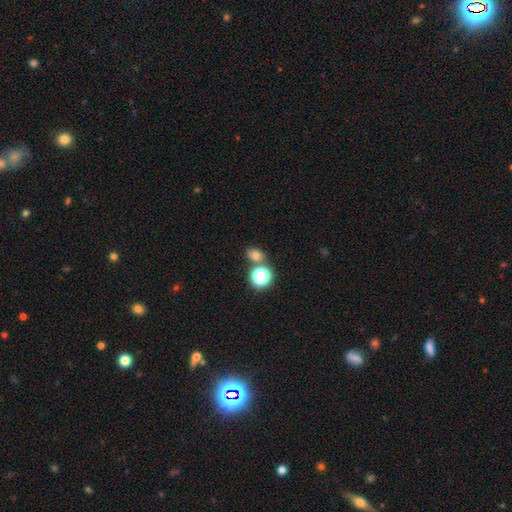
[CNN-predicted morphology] This is likely a smooth galaxy (71%). How rounded: possibly in between (50%). Merging: likely none (67%).